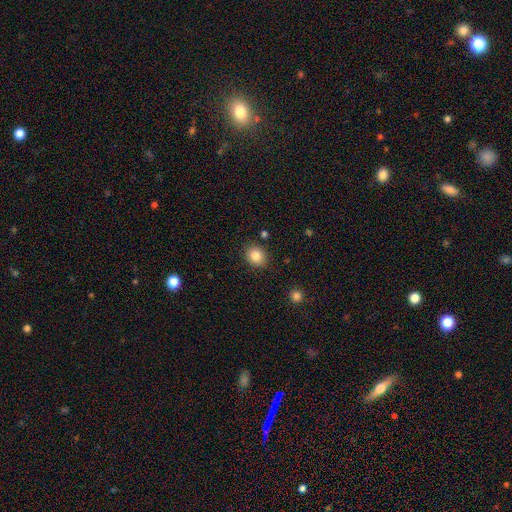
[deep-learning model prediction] Morphology: type=smooth (84%); roundness=round (61%); merging=none (87%).